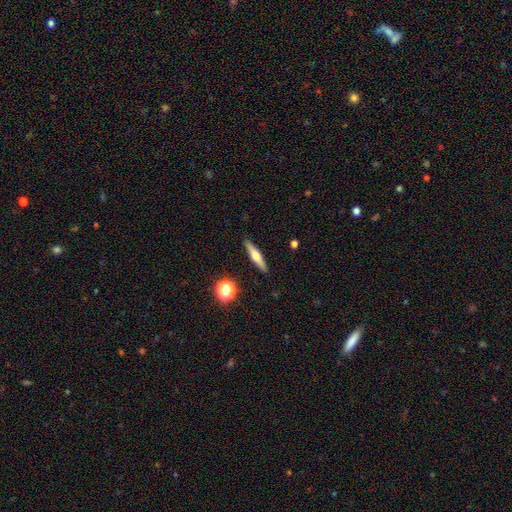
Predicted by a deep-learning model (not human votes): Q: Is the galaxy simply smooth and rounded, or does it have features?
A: featured or disk — 53%.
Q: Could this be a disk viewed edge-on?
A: yes — 95%.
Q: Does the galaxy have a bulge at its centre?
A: rounded — 89%.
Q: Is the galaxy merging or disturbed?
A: none — 90%.